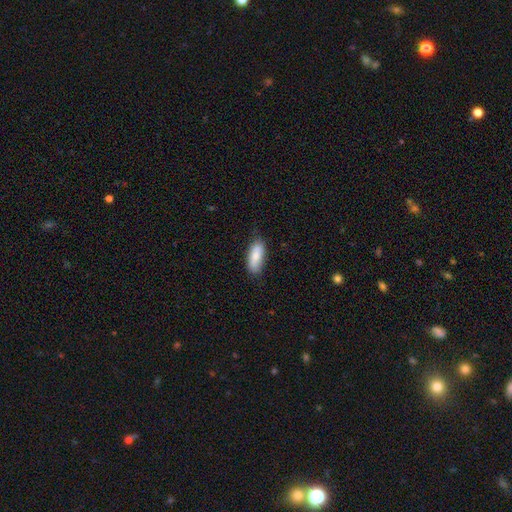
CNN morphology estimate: This appears to be a smooth galaxy with no disk features (83%) that is in between round and cigar-shaped (73%). Merging: none (80%).